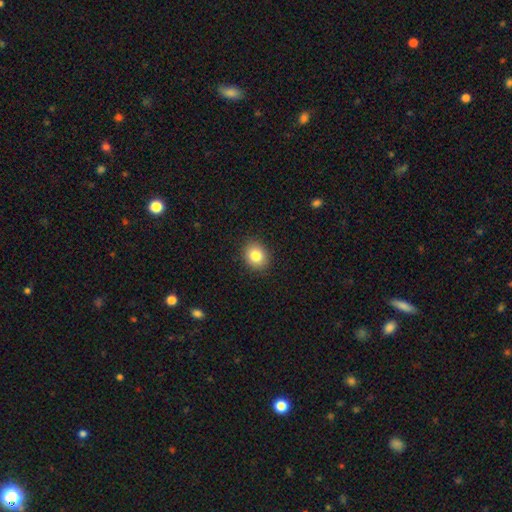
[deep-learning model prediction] Q: Smooth or featured?
A: smooth (83%); runner-up: star or artifact (9%)
Q: How rounded?
A: round (62%); runner-up: in between (37%)
Q: Merging?
A: none (90%); runner-up: minor disturbance (7%)